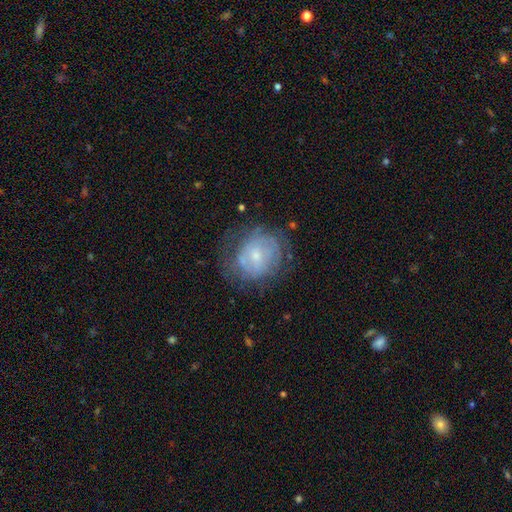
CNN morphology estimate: A featured or disk galaxy (57%) with no bar (58%), spiral arms (59%) and a small central bulge (56%). Merging: none (61%).